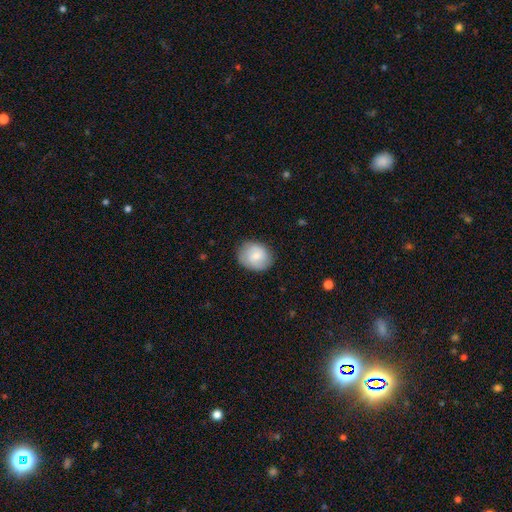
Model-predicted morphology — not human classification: The model was most divided on "how rounded": round: 60%, in between: 39%, cigar-shaped: 1%. More confident: merging — none (81%); smooth or featured — smooth (69%).